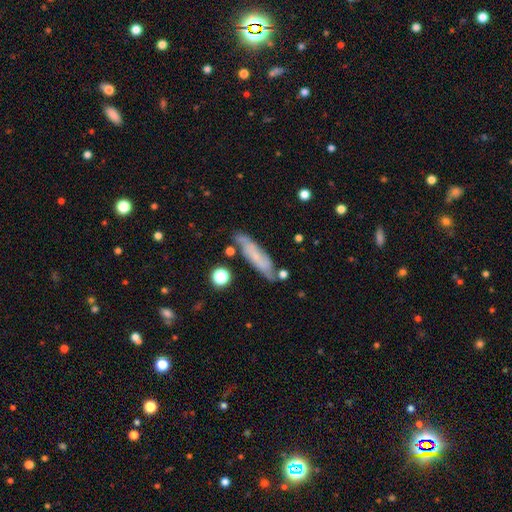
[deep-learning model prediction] This appears to be a smooth galaxy with no disk features (47%). Merging: none (72%).